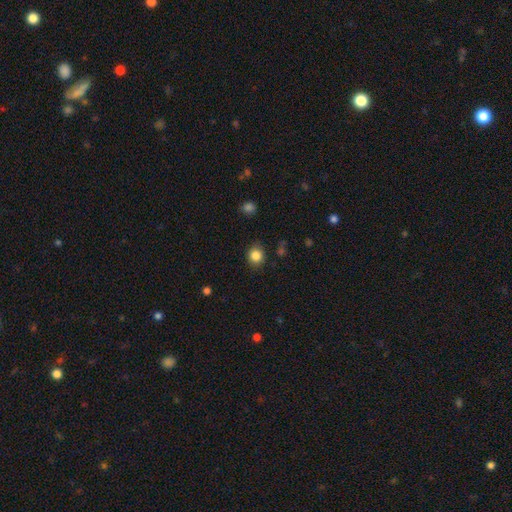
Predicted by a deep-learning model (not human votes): Morphology: type=smooth (84%); roundness=round (81%); merging=none (85%).